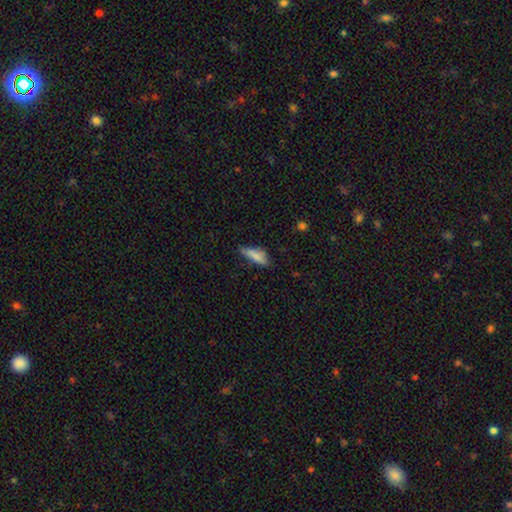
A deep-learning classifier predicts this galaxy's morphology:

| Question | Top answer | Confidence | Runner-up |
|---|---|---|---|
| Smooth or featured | smooth | 77% | featured or disk (15%) |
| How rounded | in between | 54% | cigar-shaped (44%) |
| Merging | none | 48% | minor disturbance (37%) |